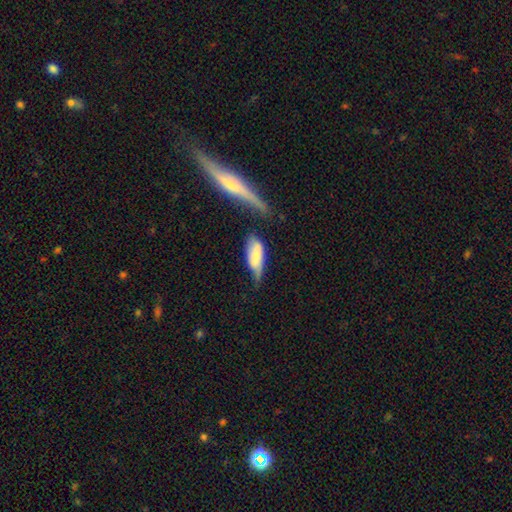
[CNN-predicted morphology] Overall: smooth (65%; featured or disk 28%). How rounded: in between (74%). Merging: minor disturbance (38%; none 30%).